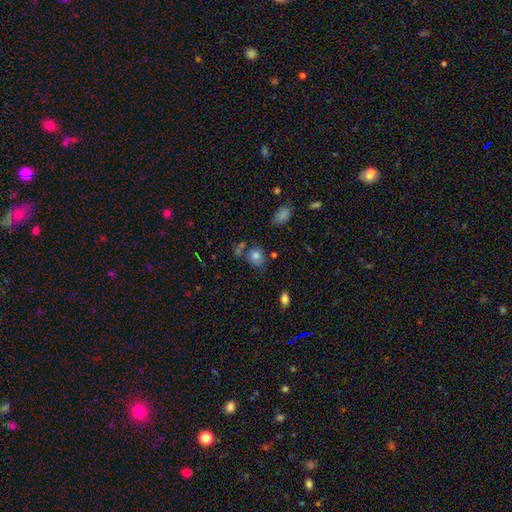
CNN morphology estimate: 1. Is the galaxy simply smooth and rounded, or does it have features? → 79% smooth, 11% star or artifact, 10% featured or disk.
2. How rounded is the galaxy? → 60% round, 39% in between, 1% cigar-shaped.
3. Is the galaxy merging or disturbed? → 60% none, 19% minor disturbance, 14% merger, 7% major disturbance.